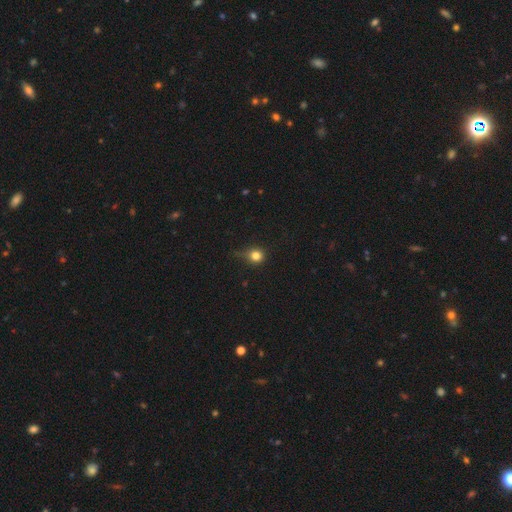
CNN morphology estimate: smooth-or-featured: smooth: 79% | star or artifact: 13% | featured or disk: 8%
  how-rounded: round: 86% | in between: 13% | cigar-shaped: 1%
  merging: none: 59% | minor disturbance: 30% | major disturbance: 9% | merger: 2%